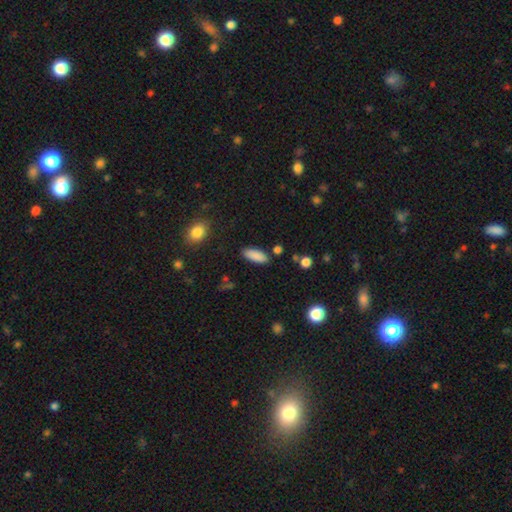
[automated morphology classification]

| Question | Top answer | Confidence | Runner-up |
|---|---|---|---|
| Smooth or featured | smooth | 88% | star or artifact (7%) |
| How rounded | in between | 76% | cigar-shaped (22%) |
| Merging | none | 85% | minor disturbance (9%) |